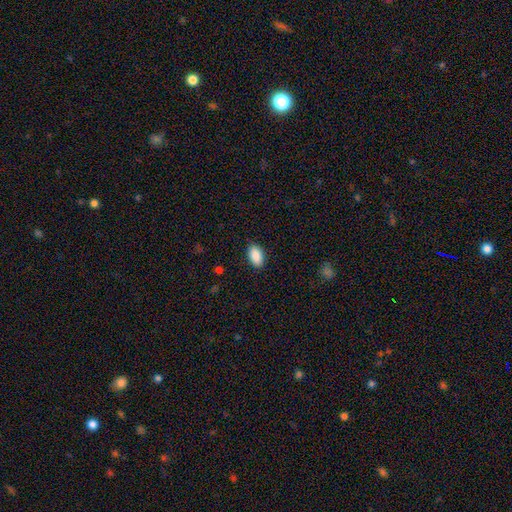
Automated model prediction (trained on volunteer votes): Overall: smooth (88%). How rounded: in between (93%). Merging: none (88%).